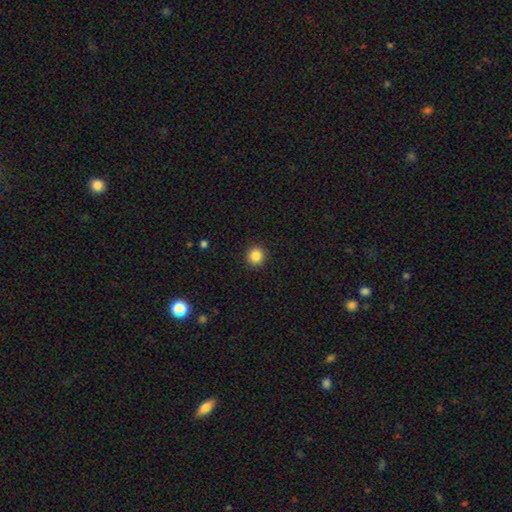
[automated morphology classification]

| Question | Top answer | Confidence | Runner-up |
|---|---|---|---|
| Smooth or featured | smooth | 85% | star or artifact (10%) |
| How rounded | round | 94% | in between (5%) |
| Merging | none | 93% | minor disturbance (5%) |